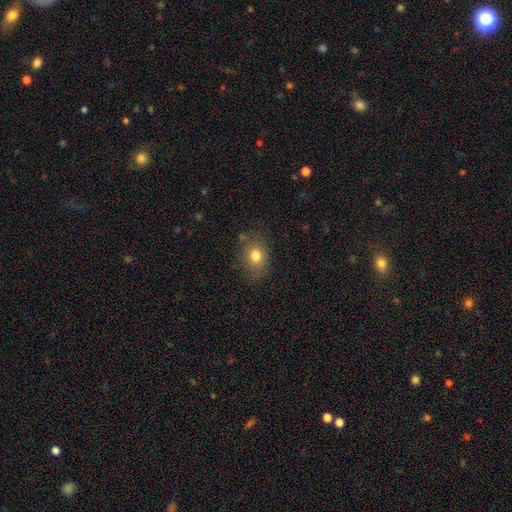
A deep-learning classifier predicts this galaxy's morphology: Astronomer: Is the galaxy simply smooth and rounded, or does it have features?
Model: smooth — 79%.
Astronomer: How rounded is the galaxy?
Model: in between — 63%.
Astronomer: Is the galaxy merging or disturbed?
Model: none — 74%.